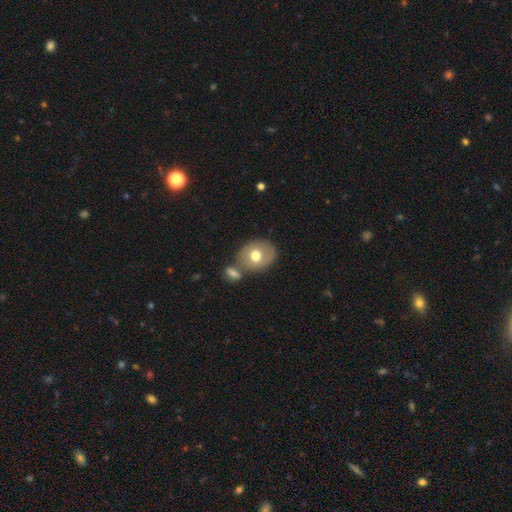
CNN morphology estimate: type=smooth (65%); roundness=round (51%); merging=none (60%).